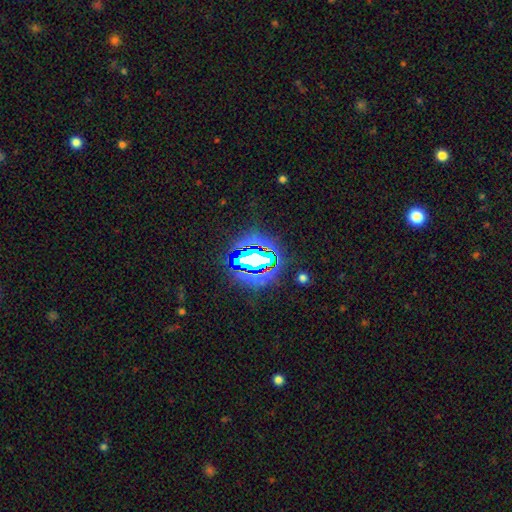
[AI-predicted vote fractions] A star or artifact, not a galaxy (76%).